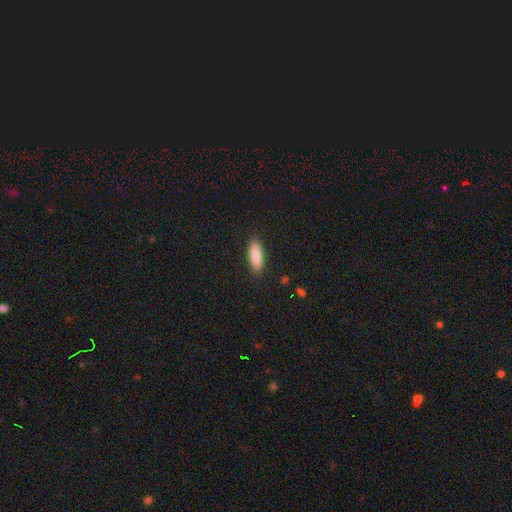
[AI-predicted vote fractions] A smooth galaxy with no disk features (88%) that is in between round and cigar-shaped (68%).

Vote fractions:
- Smooth or featured? smooth: 88% / featured or disk: 6% / star or artifact: 6%
- How rounded? in between: 68% / cigar-shaped: 30% / round: 2%
- Merging? none: 89% / minor disturbance: 8% / major disturbance: 2% / merger: 1%